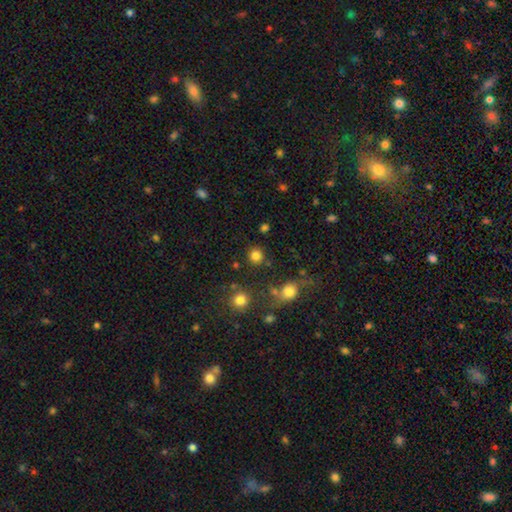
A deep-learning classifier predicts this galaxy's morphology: Smooth or featured? smooth (83%)
How rounded? round (92%)
Merging? none (86%)